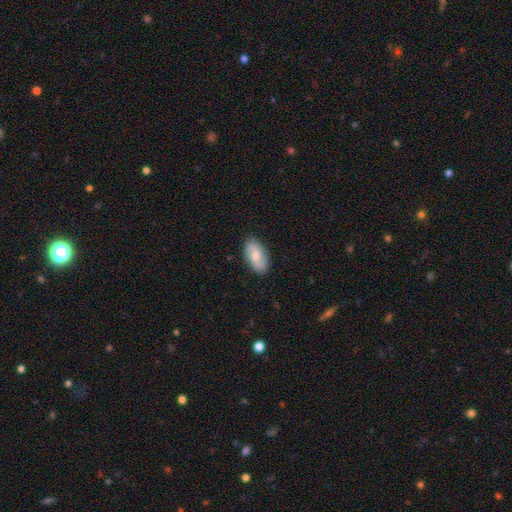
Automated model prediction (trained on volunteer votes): smooth_or_featured: smooth (p=0.65) [alt: featured or disk p=0.29]
how_rounded: in between (p=0.93) [alt: round p=0.04]
merging: none (p=0.85) [alt: minor disturbance p=0.12]